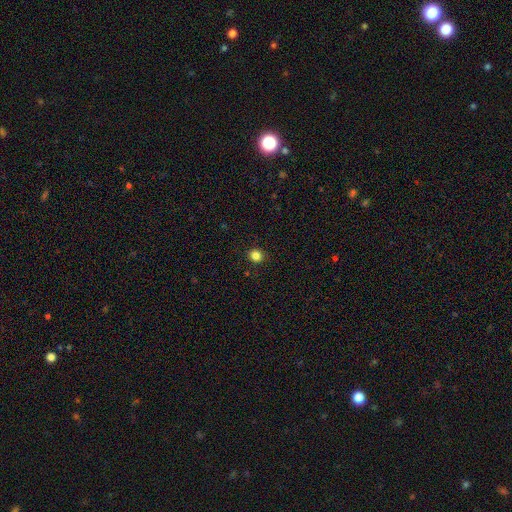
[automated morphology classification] smooth 84%, star or artifact 12%, featured or disk 4%. Down the decision tree: how rounded — round (87%); merging — none (91%).